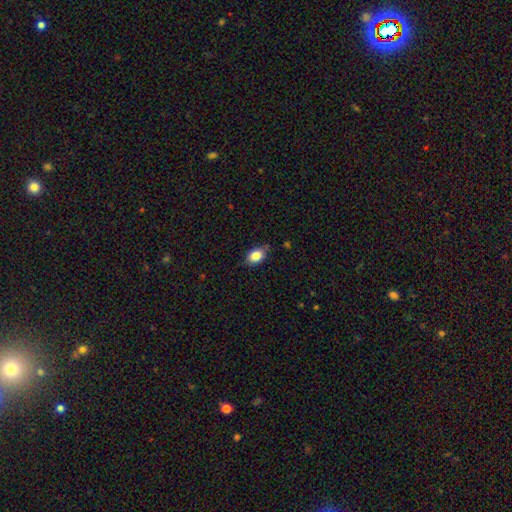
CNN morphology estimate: Smooth or featured? smooth (85%)
How rounded? in between (79%)
Merging? none (75%)